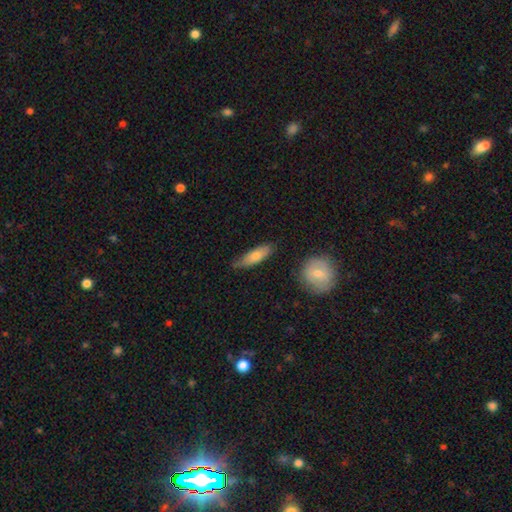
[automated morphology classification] Overall: smooth (70%). How rounded: cigar-shaped (50%; in between 47%). Merging: none (69%).